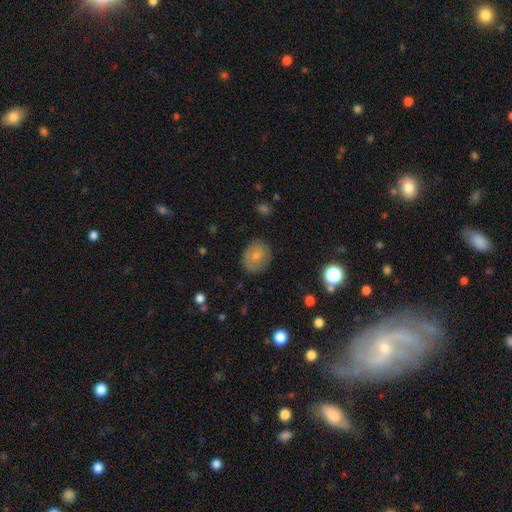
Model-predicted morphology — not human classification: Overall: smooth (71%). How rounded: round (56%; in between 43%). Merging: none (81%).